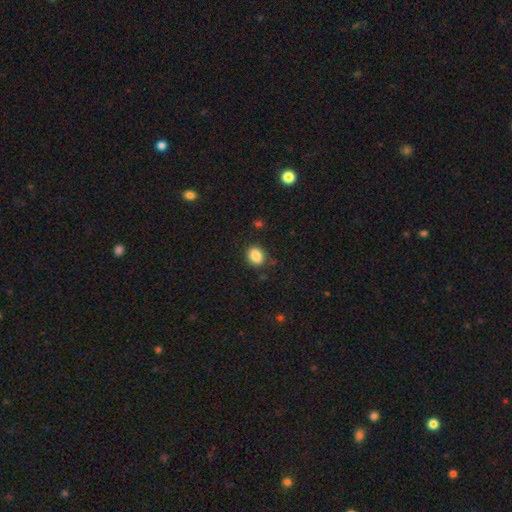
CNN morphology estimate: The model was most divided on "how rounded": in between: 52%, round: 47%, cigar-shaped: 1%. More confident: smooth or featured — smooth (86%); merging — none (85%).